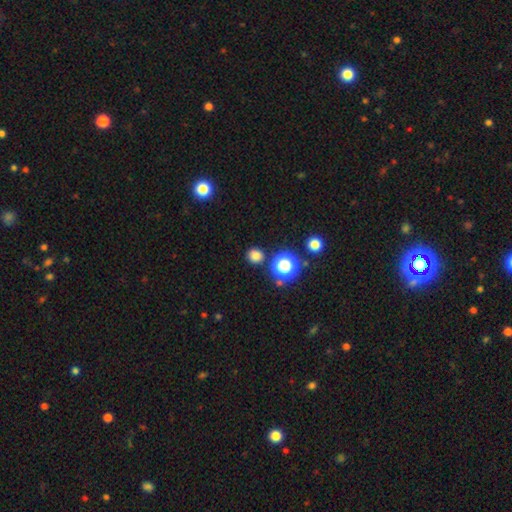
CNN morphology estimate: smooth 77%, star or artifact 19%, featured or disk 4%. Down the decision tree: how rounded — round (90%); merging — none (86%).